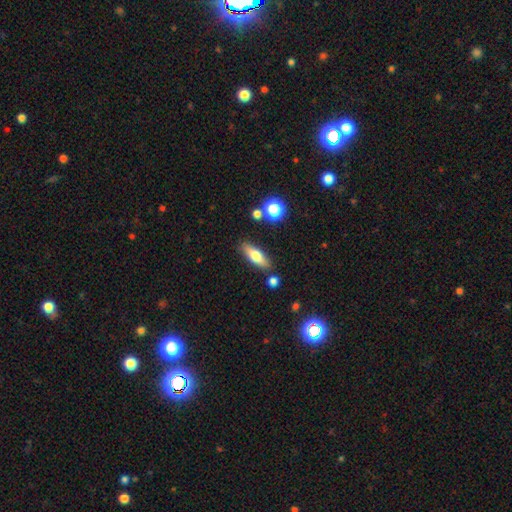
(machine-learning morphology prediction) smooth_or_featured: smooth (p=0.64) [alt: featured or disk p=0.28]
how_rounded: in between (p=0.54) [alt: cigar-shaped p=0.42]
merging: none (p=0.82) [alt: minor disturbance p=0.10]